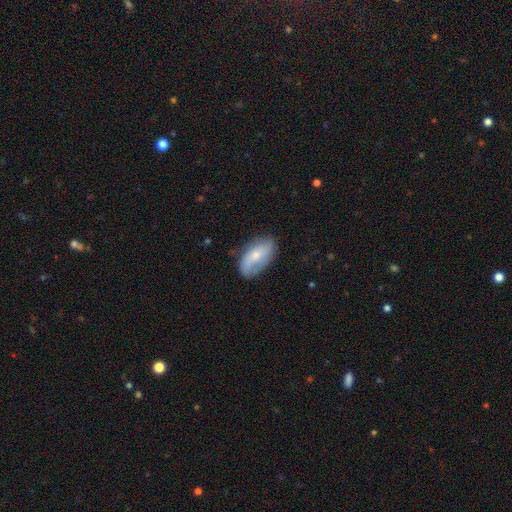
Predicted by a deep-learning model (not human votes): The model was most divided on "smooth or featured": smooth: 48%, featured or disk: 45%, star or artifact: 7%. More confident: merging — none (72%).